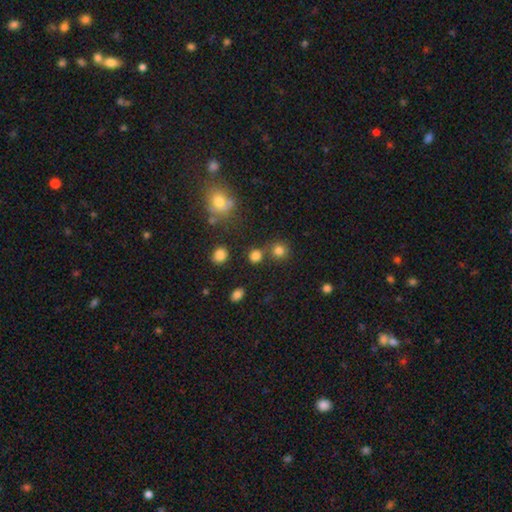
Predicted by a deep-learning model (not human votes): A smooth galaxy with no disk features (78%) that is round (82%).

Vote fractions:
- Smooth or featured? smooth: 78% / star or artifact: 16% / featured or disk: 6%
- How rounded? round: 82% / in between: 17% / cigar-shaped: 1%
- Merging? none: 71% / merger: 16% / minor disturbance: 9% / major disturbance: 4%